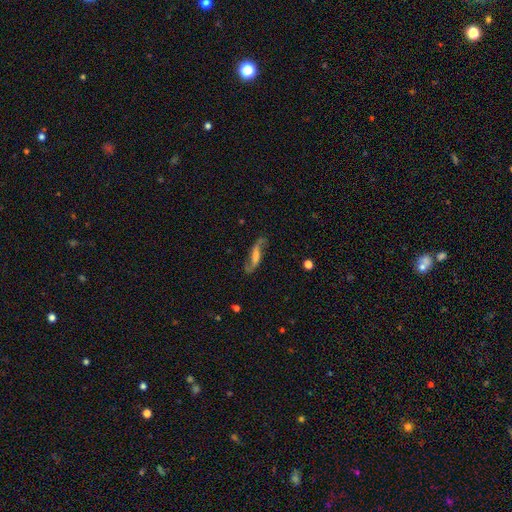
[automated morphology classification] smooth_or_featured: featured or disk (p=0.76) [alt: smooth p=0.16]
disk_edge_on: no (p=0.83) [alt: yes p=0.17]
bar: weak (p=0.40) [alt: strong p=0.31]
has_spiral_arms: yes (p=0.94) [alt: no p=0.06]
spiral_winding: loose (p=0.70) [alt: medium p=0.23]
spiral_arm_count: 2 (p=0.91) [alt: can't tell p=0.03]
bulge_size: none (p=0.34) [alt: moderate p=0.26]
merging: none (p=0.72) [alt: minor disturbance p=0.17]